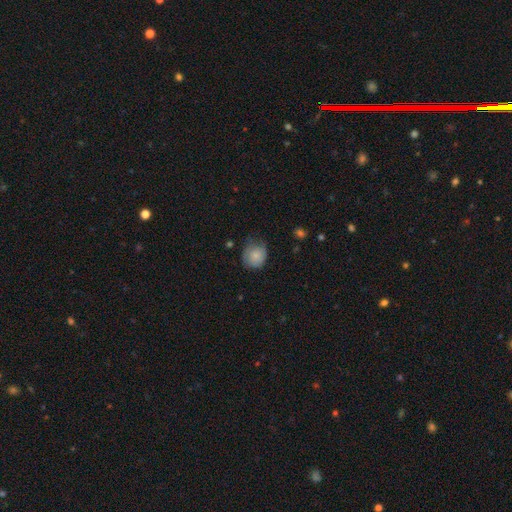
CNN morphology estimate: This is clearly a smooth galaxy (80%). How rounded: likely round (71%). Merging: possibly none (54%).